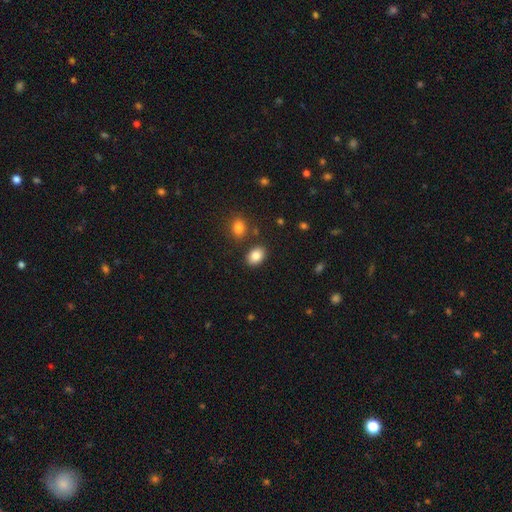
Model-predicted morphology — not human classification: smooth_or_featured: smooth (p=0.85) [alt: star or artifact p=0.08]
how_rounded: in between (p=0.81) [alt: round p=0.18]
merging: none (p=0.83) [alt: minor disturbance p=0.09]